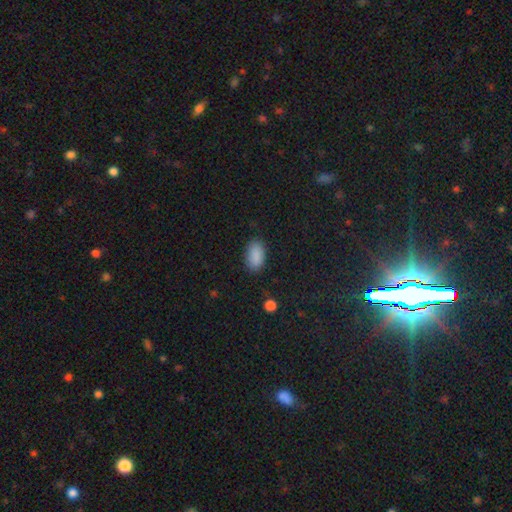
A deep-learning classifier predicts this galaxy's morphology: The model was most divided on "merging": none: 85%, minor disturbance: 11%, major disturbance: 3%, merger: 1%. More confident: how rounded — in between (94%); smooth or featured — smooth (89%).